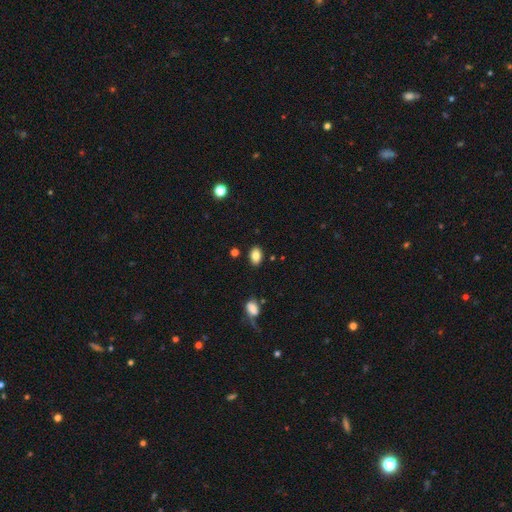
Smooth or featured? smooth (76%)
How rounded? in between (77%)
Merging? none (78%)